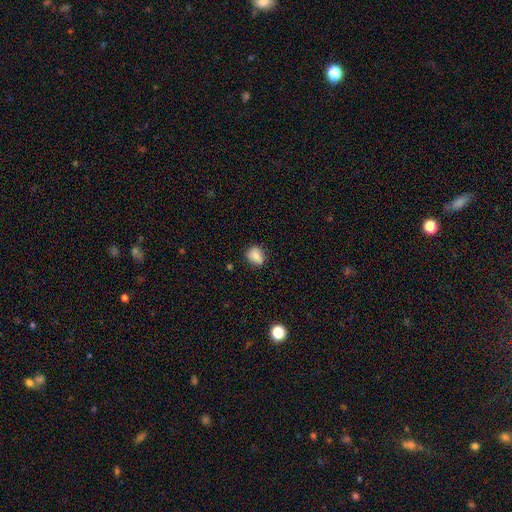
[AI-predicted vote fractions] A smooth galaxy with no disk features (84%) that is in between round and cigar-shaped (51%). Merging: none (79%).